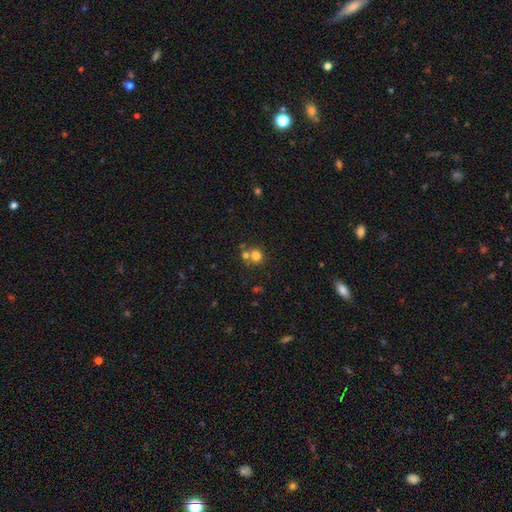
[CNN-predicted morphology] Smooth or featured: smooth — 76% (star or artifact — 14%)
How rounded: round — 89% (in between — 10%)
Merging: none — 55% (merger — 35%)